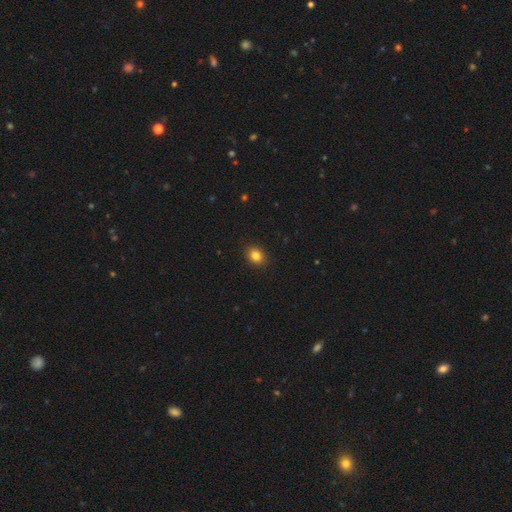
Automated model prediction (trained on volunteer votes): Morphology: type=smooth (84%); roundness=round (62%); merging=none (90%).